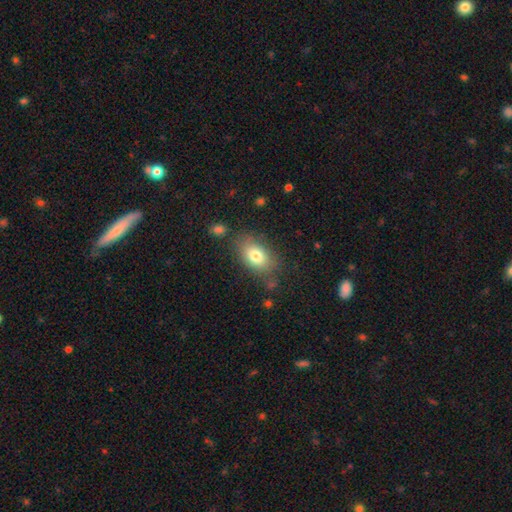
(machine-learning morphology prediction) Smooth or featured? smooth (79%)
How rounded? in between (87%)
Merging? none (73%)